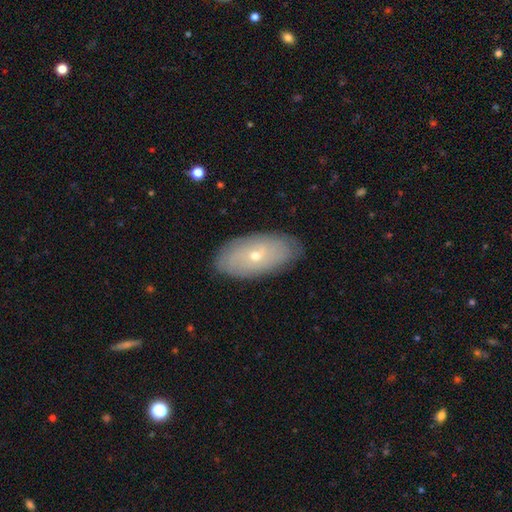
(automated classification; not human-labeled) featured or disk 48%, smooth 45%, star or artifact 7%. Down the decision tree: merging — none (83%).